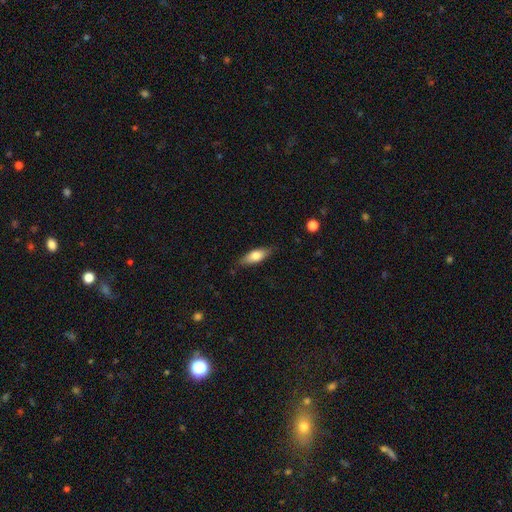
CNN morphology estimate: smooth-or-featured: smooth: 70% | featured or disk: 24% | star or artifact: 6%
  how-rounded: in between: 68% | cigar-shaped: 29% | round: 3%
  merging: none: 80% | minor disturbance: 16% | major disturbance: 3% | merger: 1%